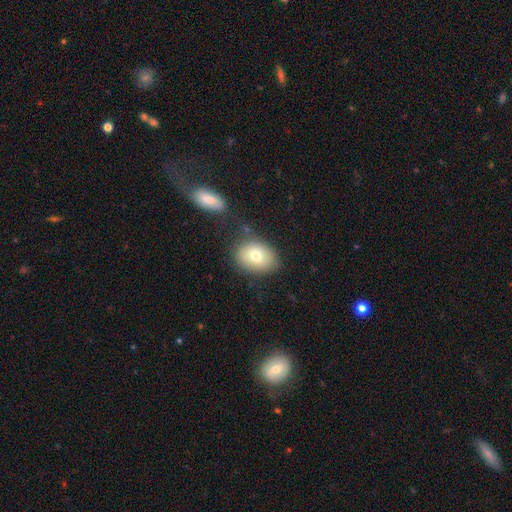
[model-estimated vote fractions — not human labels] Smooth or featured?
  - smooth: 75% *
  - featured or disk: 16%
  - star or artifact: 9%
How rounded?
  - in between: 66% *
  - round: 33%
  - cigar-shaped: 1%
Merging?
  - none: 74% *
  - minor disturbance: 15%
  - merger: 6%
  - major disturbance: 5%